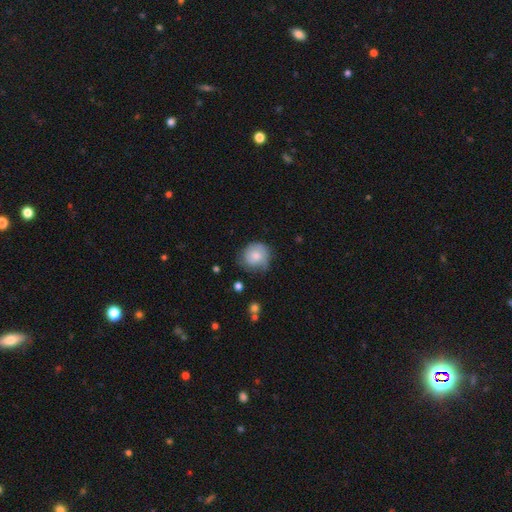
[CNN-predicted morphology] Smooth or featured? Predicted: smooth (p=0.71). How rounded? Predicted: round (p=0.84). Merging? Predicted: none (p=0.60).